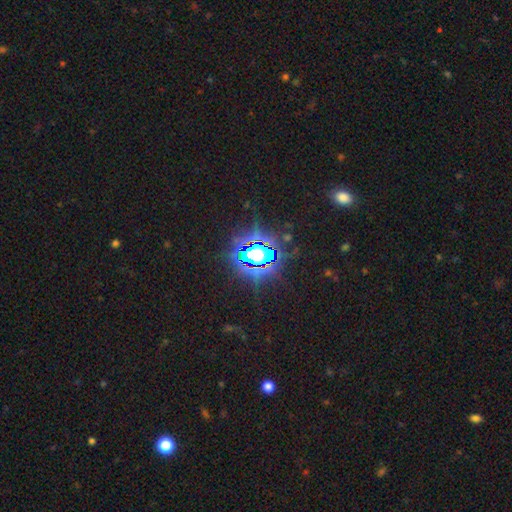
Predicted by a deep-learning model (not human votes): The model was most divided on "smooth or featured": star or artifact: 83%, smooth: 10%, featured or disk: 7%.